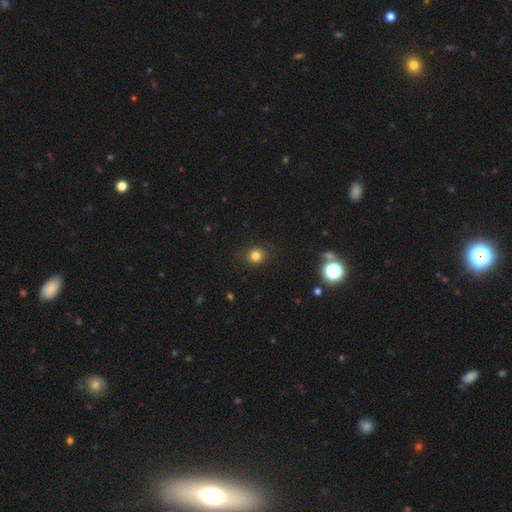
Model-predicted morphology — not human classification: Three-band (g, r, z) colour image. It shows a smooth galaxy with no disk features (81%) that is round (83%). Merging: none (86%).